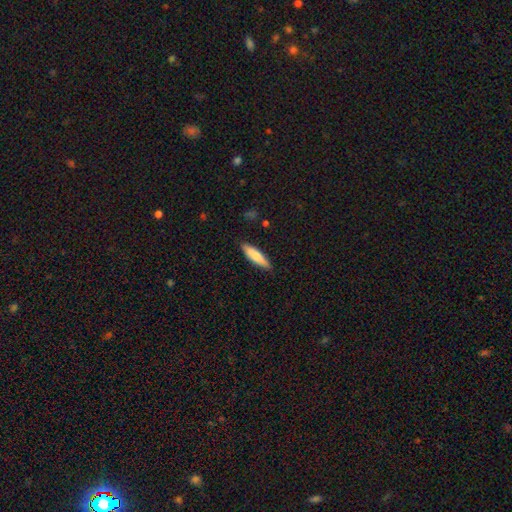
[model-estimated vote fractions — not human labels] This is likely a smooth galaxy (76%). How rounded: likely cigar-shaped (71%). Merging: clearly none (88%).